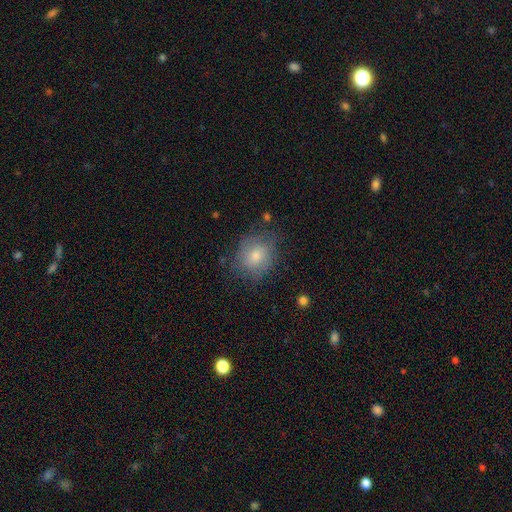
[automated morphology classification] Smooth or featured? smooth (62%)
How rounded? round (66%)
Merging? none (72%)